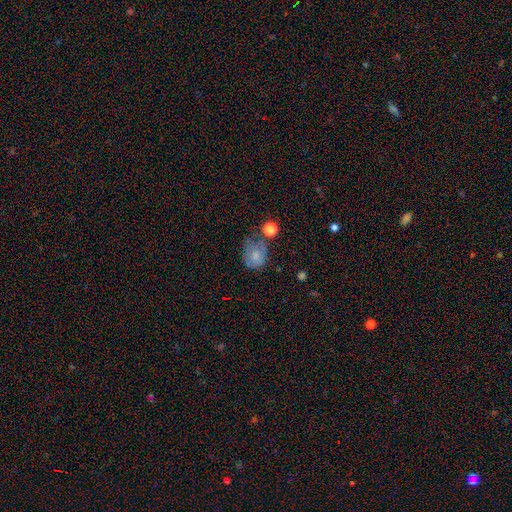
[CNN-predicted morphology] smooth 69%, featured or disk 21%, star or artifact 11%. Down the decision tree: how rounded — in between (54%); merging — none (42%).